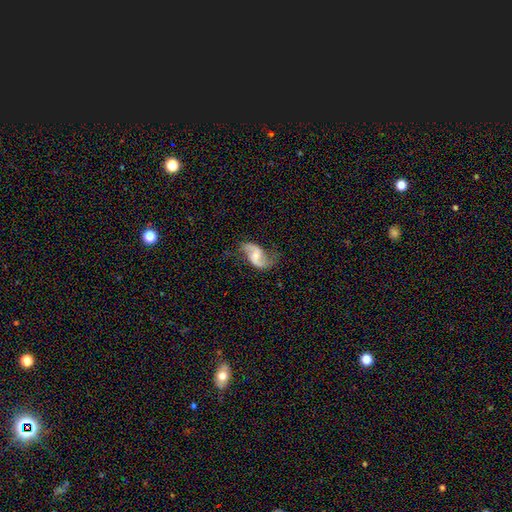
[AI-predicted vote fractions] Q: Smooth or featured?
A: featured or disk (86%); runner-up: smooth (9%)
Q: Edge-on disk?
A: no (98%); runner-up: yes (2%)
Q: Bar?
A: weak (46%); runner-up: no (41%)
Q: Spiral arms?
A: yes (96%); runner-up: no (4%)
Q: Spiral winding?
A: loose (66%); runner-up: medium (28%)
Q: Spiral arm count?
A: 2 (93%); runner-up: 1 (2%)
Q: Bulge size?
A: moderate (45%); runner-up: small (41%)
Q: Merging?
A: none (72%); runner-up: minor disturbance (18%)